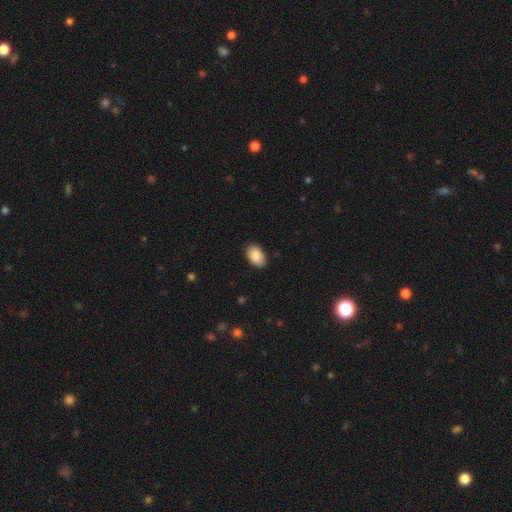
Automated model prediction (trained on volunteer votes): A smooth galaxy with no disk features (88%) that is in between round and cigar-shaped (91%). Merging: none (88%).